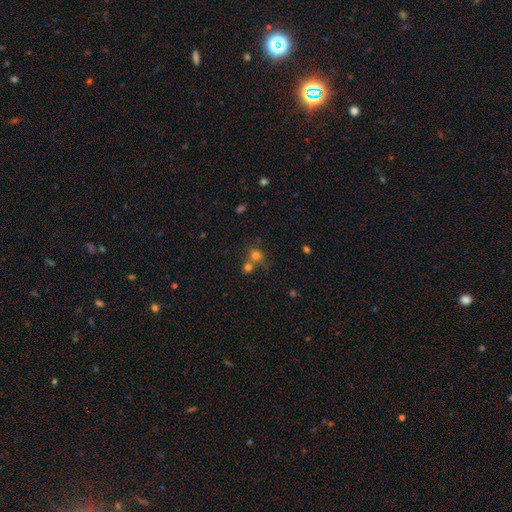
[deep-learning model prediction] Morphology: type=smooth (73%); roundness=round (82%); merging=none (48%).